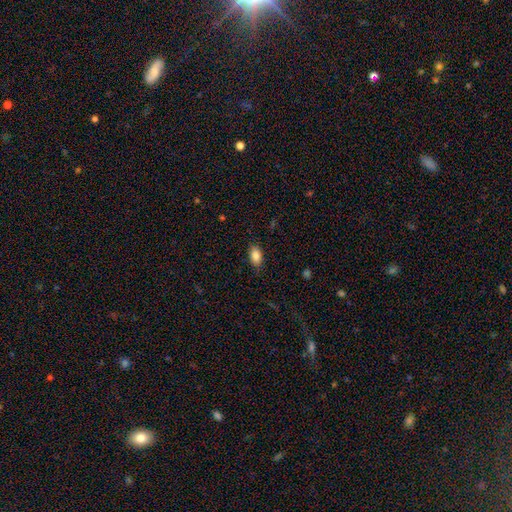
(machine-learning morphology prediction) This appears to be a smooth galaxy with no disk features (85%) that is in between round and cigar-shaped (91%). Merging: none (83%).